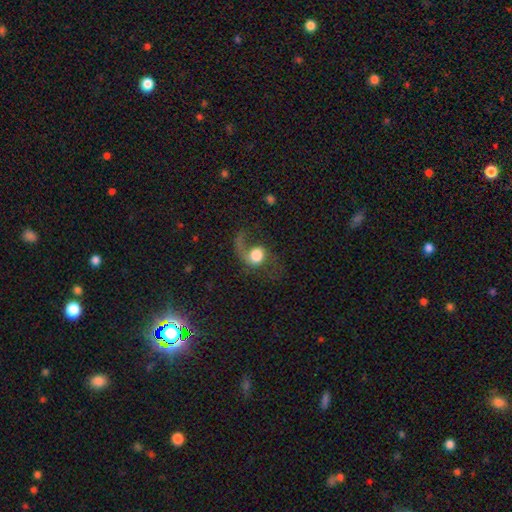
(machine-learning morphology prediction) This is possibly a featured or disk galaxy (52%). It is clearly not viewed edge-on (97%). Bar: likely no (73%). Spiral arm pattern: clearly yes (84%). Central bulge: possibly large (47%). Merging: marginally major disturbance (44%).